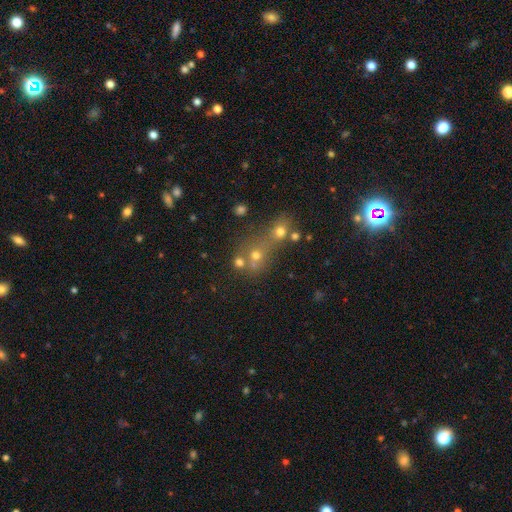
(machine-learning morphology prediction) Overall: smooth (55%; star or artifact 27%). How rounded: round (78%). Merging: merger (52%; none 35%).